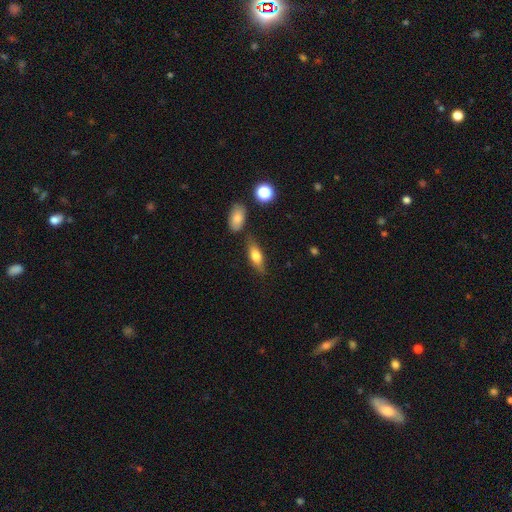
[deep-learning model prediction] A smooth galaxy with no disk features (73%) that is in between round and cigar-shaped (72%). Merging: none (74%).